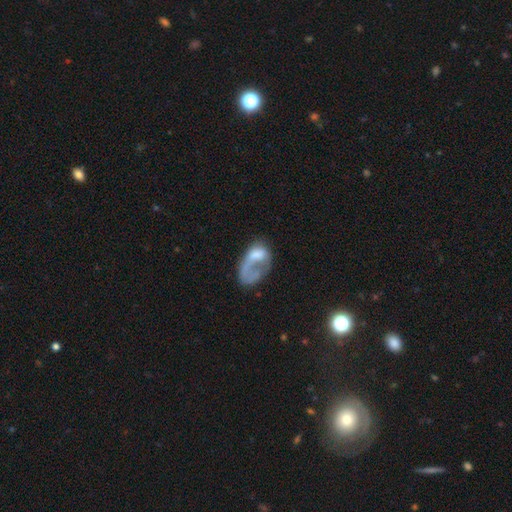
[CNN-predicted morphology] Q: Smooth or featured?
A: featured or disk (47%); runner-up: smooth (42%)
Q: Merging?
A: major disturbance (51%); runner-up: none (24%)